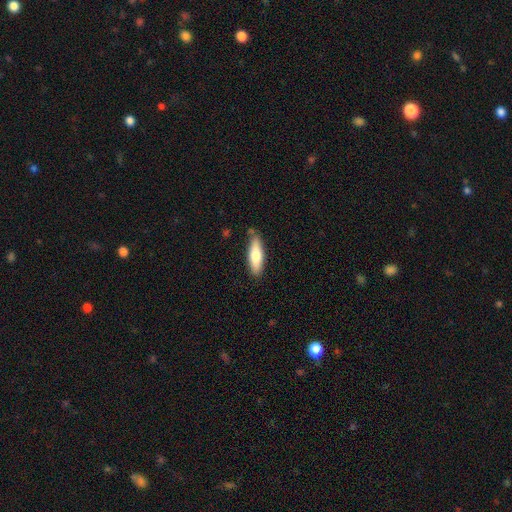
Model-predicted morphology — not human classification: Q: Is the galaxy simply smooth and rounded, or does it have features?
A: smooth — 71%.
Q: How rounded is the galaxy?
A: cigar-shaped — 54%.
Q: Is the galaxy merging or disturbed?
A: none — 78%.